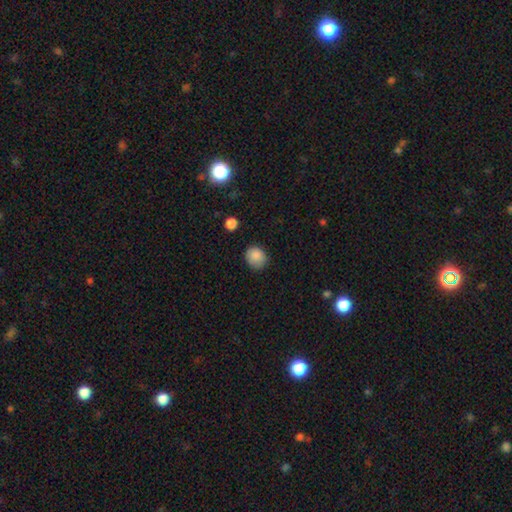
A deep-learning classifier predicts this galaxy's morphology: This is clearly a smooth galaxy (87%). How rounded: likely round (73%). Merging: clearly none (80%).